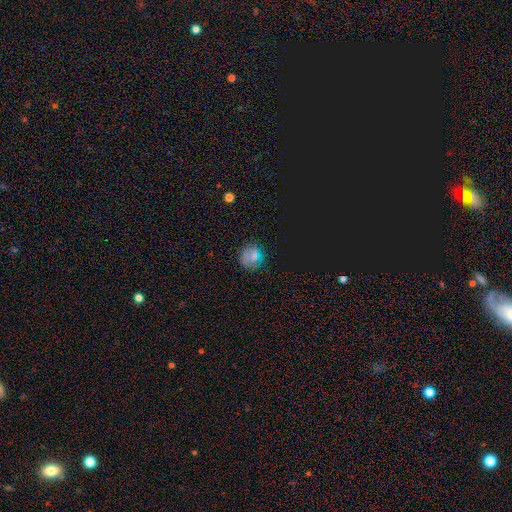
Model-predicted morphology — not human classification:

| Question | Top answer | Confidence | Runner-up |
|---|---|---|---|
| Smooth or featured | smooth | 56% | star or artifact (33%) |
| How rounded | round | 84% | in between (14%) |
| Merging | none | 80% | minor disturbance (13%) |